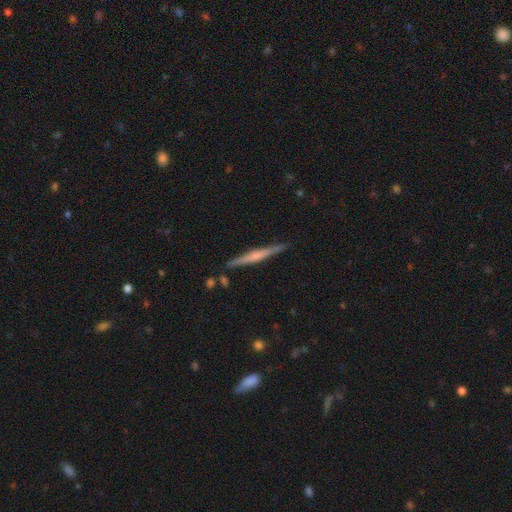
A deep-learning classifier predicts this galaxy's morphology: Smooth or featured? Predicted: featured or disk (p=0.67). Edge-on disk? Predicted: yes (p=0.98). Edge-on bulge? Predicted: rounded (p=0.57). Merging? Predicted: none (p=0.89).